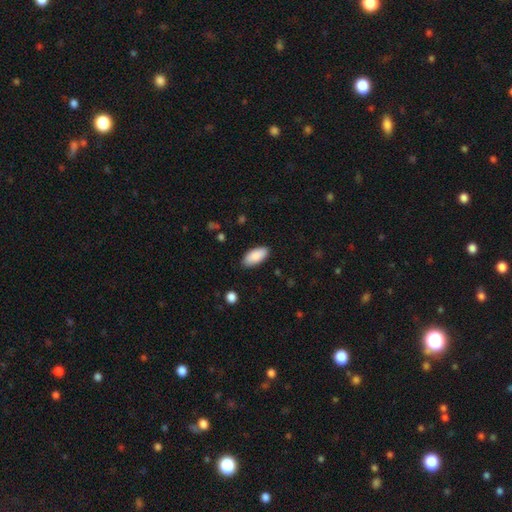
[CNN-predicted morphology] This is clearly a smooth galaxy (88%). How rounded: clearly in between (91%). Merging: clearly none (87%).